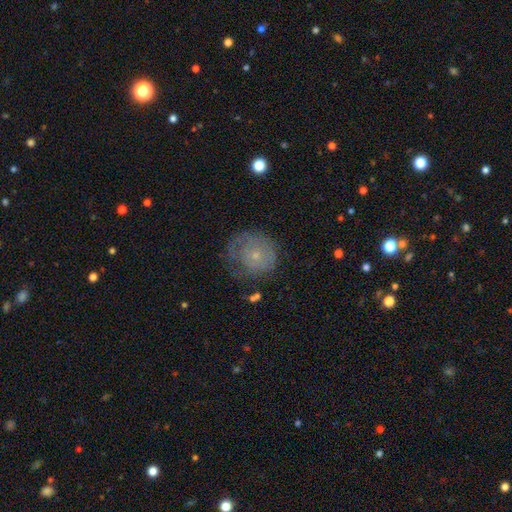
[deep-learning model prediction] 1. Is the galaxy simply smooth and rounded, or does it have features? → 51% smooth, 39% featured or disk, 9% star or artifact.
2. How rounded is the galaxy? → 82% round, 17% in between, 1% cigar-shaped.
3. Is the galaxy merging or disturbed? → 50% none, 28% minor disturbance, 21% major disturbance, 2% merger.